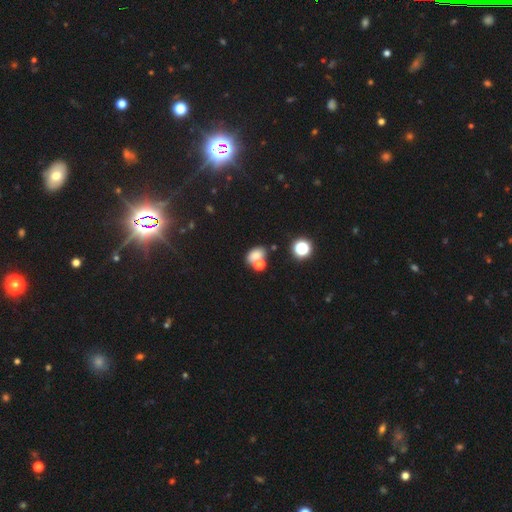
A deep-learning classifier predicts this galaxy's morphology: Smooth or featured? smooth (72%)
How rounded? in between (74%)
Merging? none (41%)